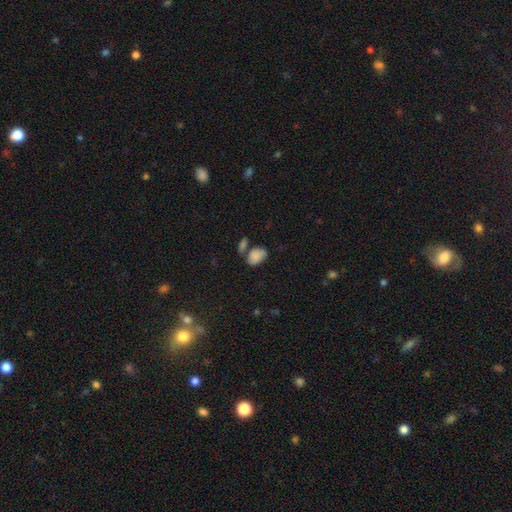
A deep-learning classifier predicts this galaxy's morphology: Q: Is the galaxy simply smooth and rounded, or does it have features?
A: smooth — 82%.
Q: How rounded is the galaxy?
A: in between — 84%.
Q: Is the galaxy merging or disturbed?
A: none — 46%.